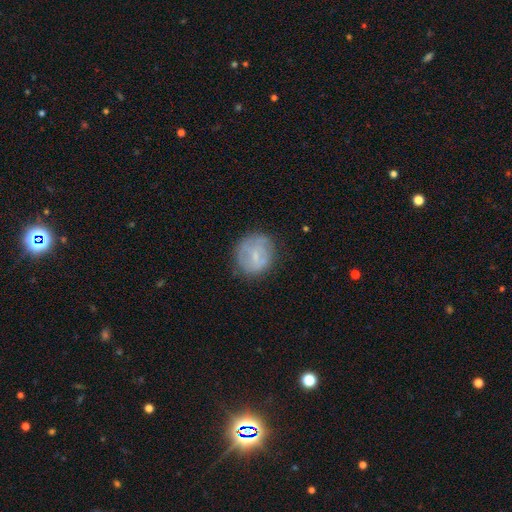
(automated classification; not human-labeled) smooth 53%, featured or disk 39%, star or artifact 8%. Down the decision tree: how rounded — round (84%); merging — none (70%).